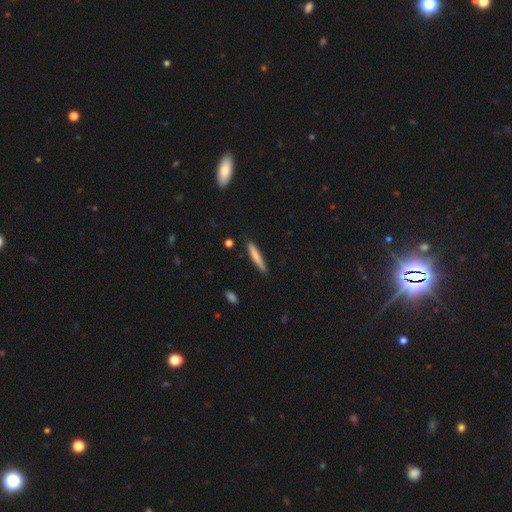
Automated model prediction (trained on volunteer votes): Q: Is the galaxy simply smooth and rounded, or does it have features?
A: smooth — 76%.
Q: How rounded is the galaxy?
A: cigar-shaped — 93%.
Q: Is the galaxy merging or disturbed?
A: none — 85%.